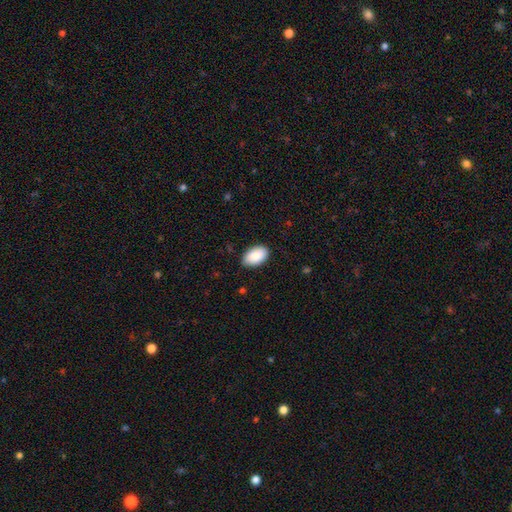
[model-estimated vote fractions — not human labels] This appears to be a smooth galaxy with no disk features (88%) that is in between round and cigar-shaped (94%). Merging: none (84%).